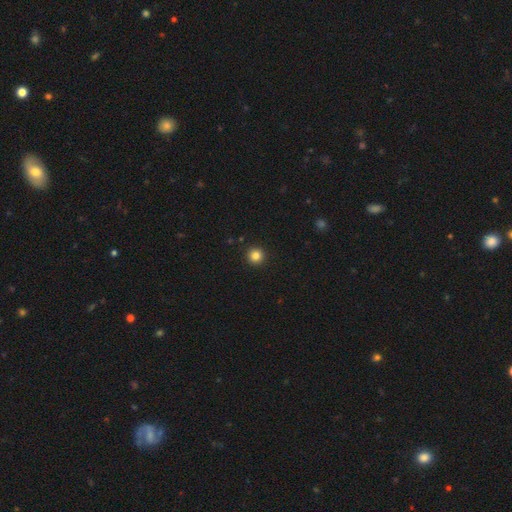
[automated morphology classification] smooth 84%, star or artifact 12%, featured or disk 4%. Down the decision tree: how rounded — round (95%); merging — none (93%).